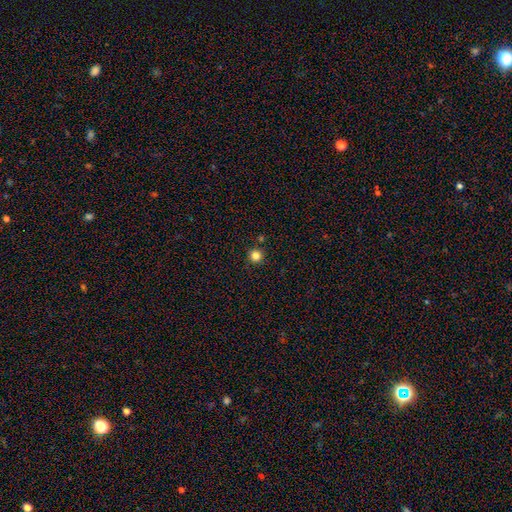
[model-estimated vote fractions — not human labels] smooth 82%, star or artifact 13%, featured or disk 4%. Down the decision tree: how rounded — round (96%); merging — none (90%).